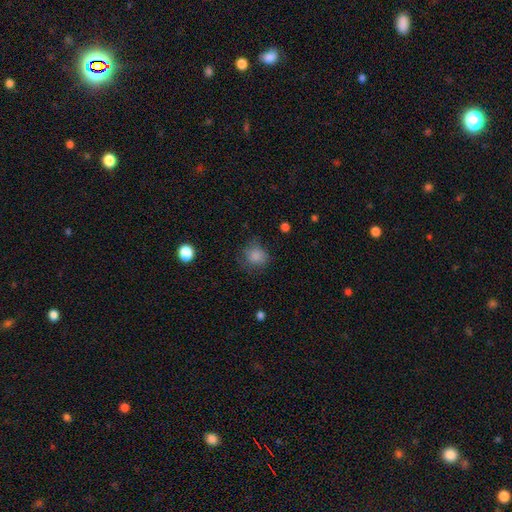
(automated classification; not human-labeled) Smooth or featured? Predicted: smooth (p=0.83). How rounded? Predicted: round (p=0.79). Merging? Predicted: none (p=0.66).